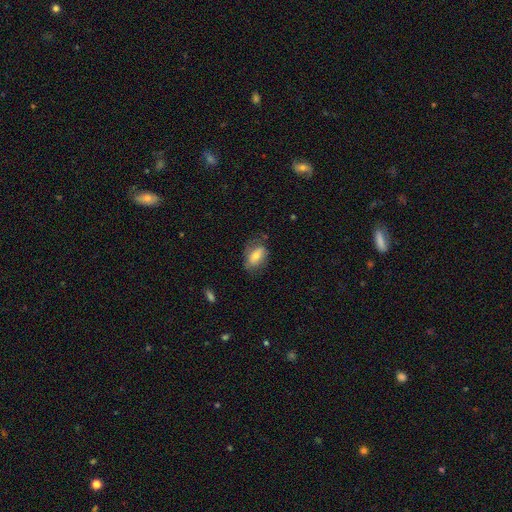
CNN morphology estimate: smooth 67%, featured or disk 25%, star or artifact 8%. Down the decision tree: how rounded — in between (87%); merging — none (62%).